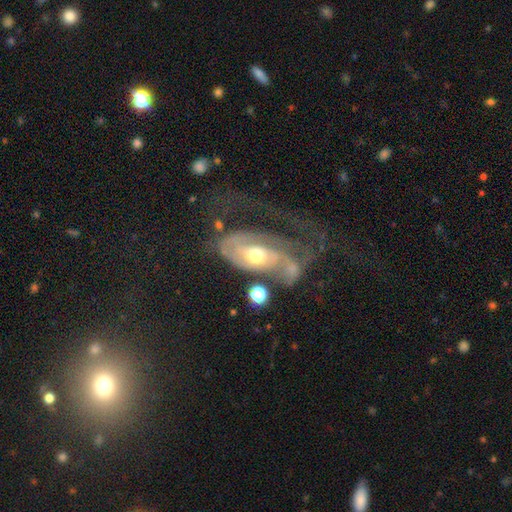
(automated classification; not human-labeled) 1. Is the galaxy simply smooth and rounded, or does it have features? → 78% featured or disk, 16% smooth, 6% star or artifact.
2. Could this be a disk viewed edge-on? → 93% no, 7% yes.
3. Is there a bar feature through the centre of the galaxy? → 63% no, 27% weak, 10% strong.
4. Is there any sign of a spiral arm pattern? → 82% yes, 18% no.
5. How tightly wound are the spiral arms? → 39% tight, 37% medium, 24% loose.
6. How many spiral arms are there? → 38% 2, 28% can't tell, 22% 1, 7% 3, 3% 4, 2% more than 4.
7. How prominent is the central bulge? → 71% moderate, 17% small, 10% large, 1% dominant, 1% none.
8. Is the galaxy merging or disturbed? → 47% major disturbance, 26% none, 16% minor disturbance, 11% merger.